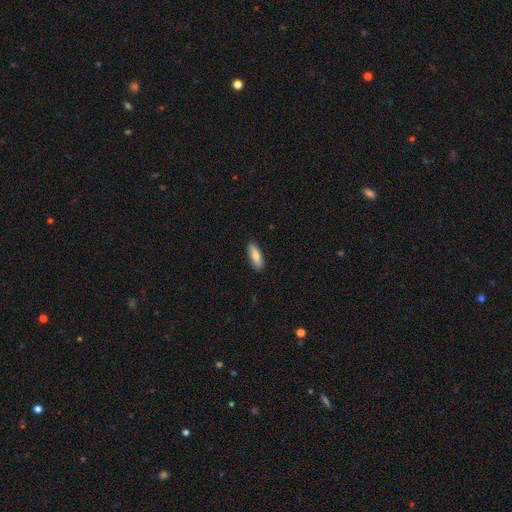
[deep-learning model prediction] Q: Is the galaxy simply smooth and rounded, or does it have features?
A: smooth — 78%.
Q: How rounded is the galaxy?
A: in between — 54%.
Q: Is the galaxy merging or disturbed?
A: none — 89%.